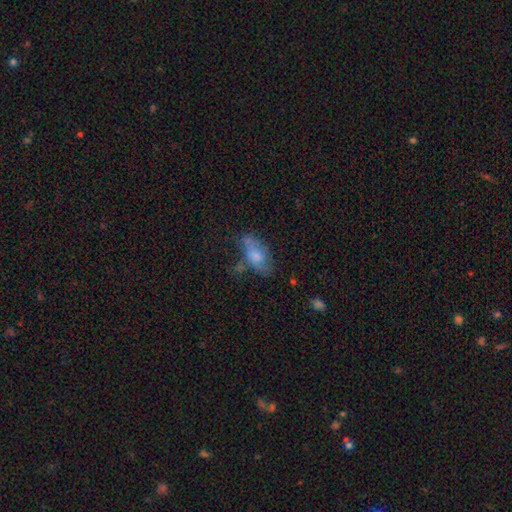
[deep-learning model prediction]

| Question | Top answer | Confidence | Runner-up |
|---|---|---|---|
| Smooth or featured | smooth | 62% | featured or disk (30%) |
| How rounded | in between | 89% | cigar-shaped (6%) |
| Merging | none | 43% | minor disturbance (29%) |